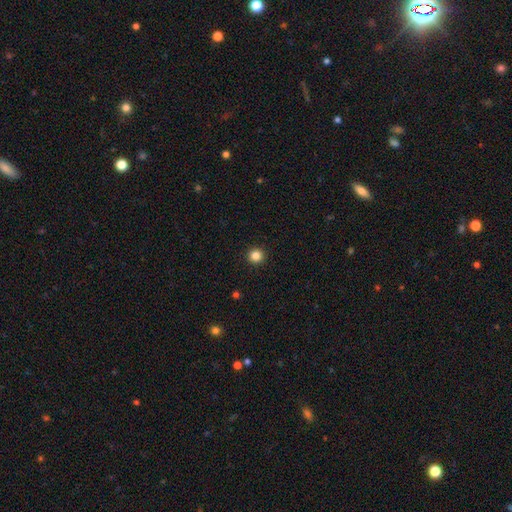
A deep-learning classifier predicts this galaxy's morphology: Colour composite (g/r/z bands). It shows a smooth galaxy with no disk features (84%) that is round (95%). Merging: none (94%).